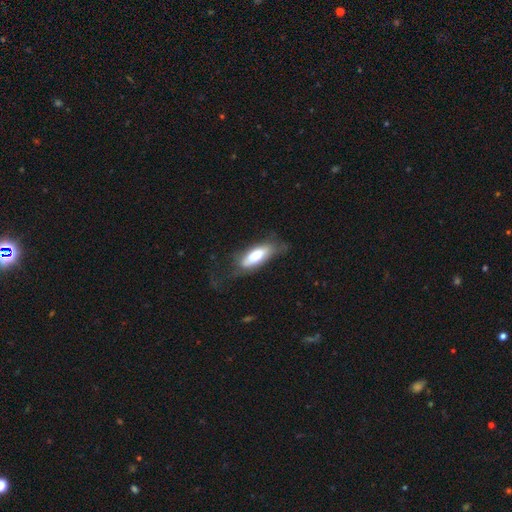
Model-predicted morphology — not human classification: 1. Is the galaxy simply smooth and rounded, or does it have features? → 67% smooth, 27% featured or disk, 6% star or artifact.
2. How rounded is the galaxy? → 64% in between, 34% cigar-shaped, 2% round.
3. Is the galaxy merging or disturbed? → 51% none, 27% minor disturbance, 20% major disturbance, 2% merger.